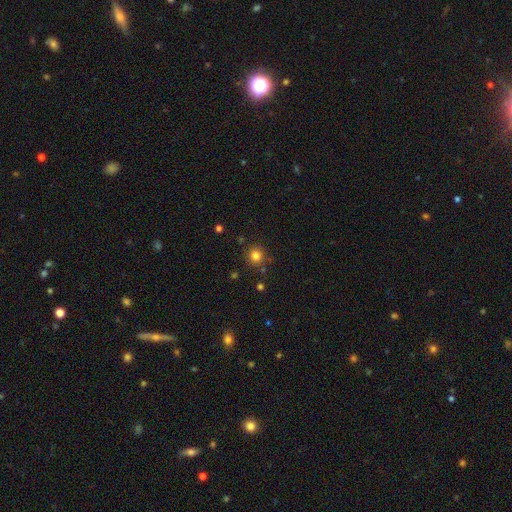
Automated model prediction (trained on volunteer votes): Smooth or featured?
  - smooth: 80% *
  - star or artifact: 14%
  - featured or disk: 6%
How rounded?
  - round: 93% *
  - in between: 6%
  - cigar-shaped: 1%
Merging?
  - none: 85% *
  - minor disturbance: 9%
  - merger: 4%
  - major disturbance: 3%